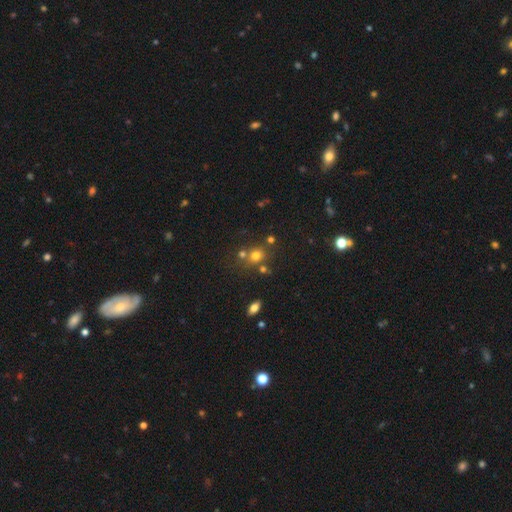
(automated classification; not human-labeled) Smooth or featured? Predicted: smooth (p=0.69). How rounded? Predicted: round (p=0.71). Merging? Predicted: none (p=0.61).